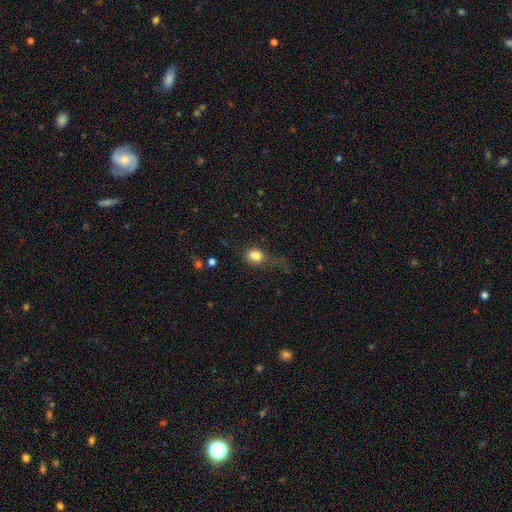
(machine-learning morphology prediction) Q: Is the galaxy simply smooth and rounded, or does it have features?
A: smooth — 81%.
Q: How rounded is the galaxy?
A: round — 50%.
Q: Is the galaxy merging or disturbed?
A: none — 39%.